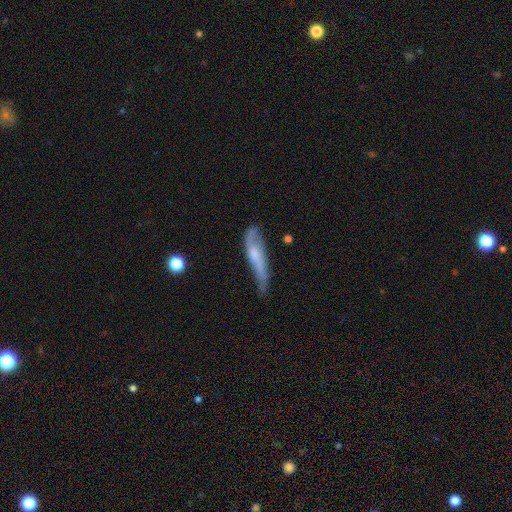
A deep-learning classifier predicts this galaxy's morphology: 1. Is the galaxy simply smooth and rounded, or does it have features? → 52% featured or disk, 41% smooth, 7% star or artifact.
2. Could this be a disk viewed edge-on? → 53% yes, 47% no.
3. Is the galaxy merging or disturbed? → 43% none, 37% minor disturbance, 16% major disturbance, 4% merger.